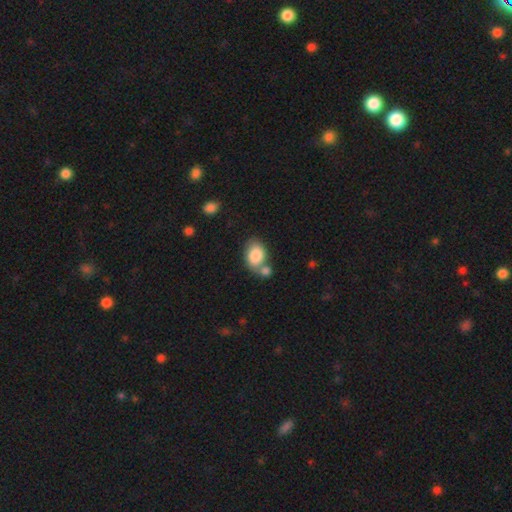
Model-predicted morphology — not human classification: smooth_or_featured: smooth (p=0.84) [alt: featured or disk p=0.09]
how_rounded: in between (p=0.77) [alt: round p=0.22]
merging: none (p=0.43) [alt: merger p=0.38]